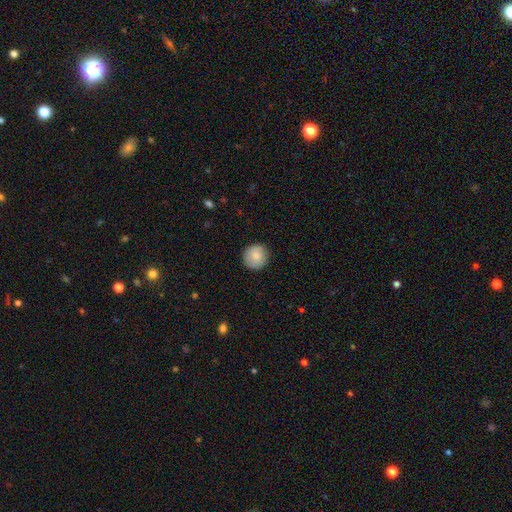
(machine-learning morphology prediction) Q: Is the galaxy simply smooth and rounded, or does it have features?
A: smooth — 84%.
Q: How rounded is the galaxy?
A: round — 94%.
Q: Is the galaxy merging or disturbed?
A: none — 89%.